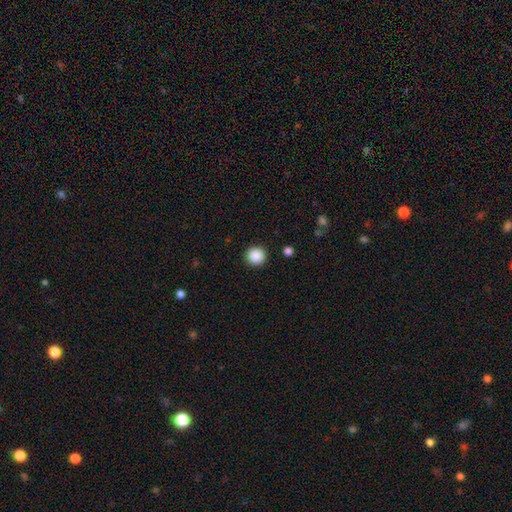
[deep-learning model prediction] Morphology: type=smooth (89%); roundness=round (95%); merging=none (92%).